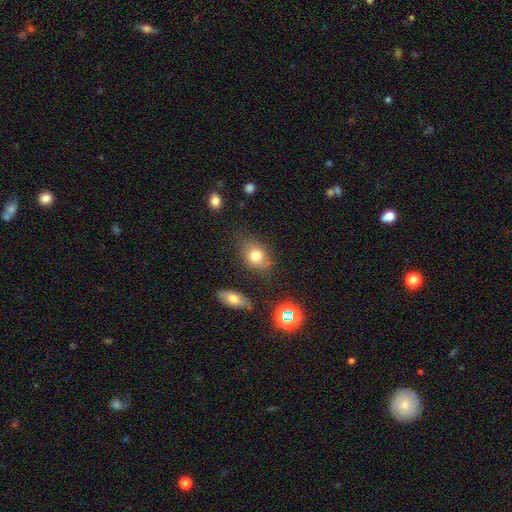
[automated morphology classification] smooth-or-featured: smooth: 75% | featured or disk: 13% | star or artifact: 12%
  how-rounded: in between: 61% | round: 37% | cigar-shaped: 2%
  merging: none: 69% | minor disturbance: 20% | major disturbance: 6% | merger: 5%